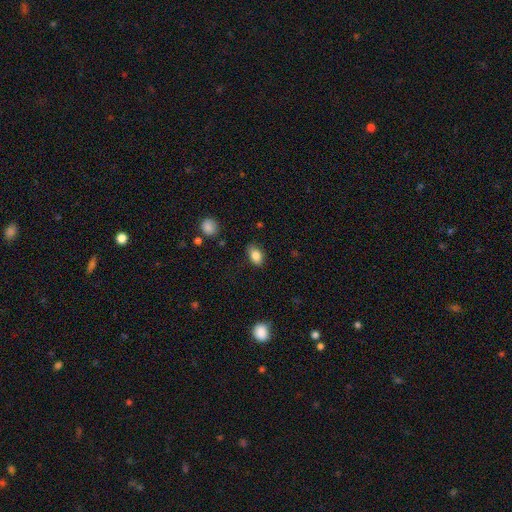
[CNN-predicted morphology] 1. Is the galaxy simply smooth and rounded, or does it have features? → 84% smooth, 8% star or artifact, 8% featured or disk.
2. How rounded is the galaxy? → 88% in between, 10% round, 2% cigar-shaped.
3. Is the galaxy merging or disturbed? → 82% none, 13% minor disturbance, 3% major disturbance, 1% merger.